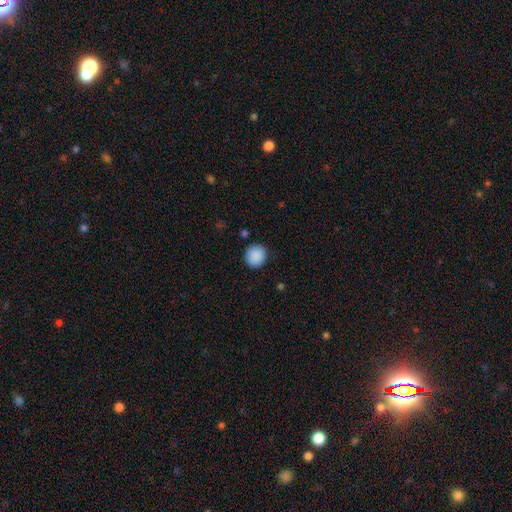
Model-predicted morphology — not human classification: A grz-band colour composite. It shows a smooth galaxy with no disk features (89%) that is round (90%). Merging: none (87%).